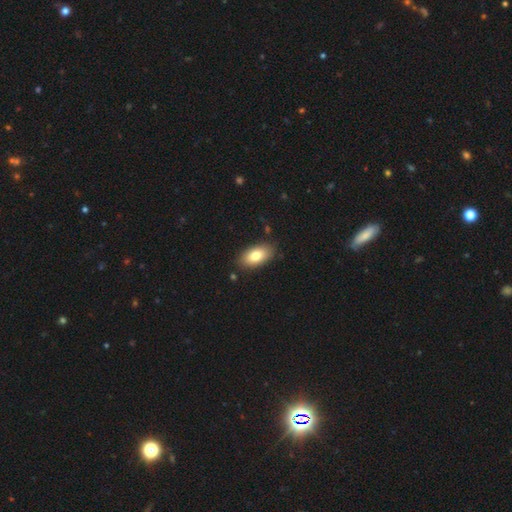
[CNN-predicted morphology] smooth 81%, featured or disk 13%, star or artifact 7%. Down the decision tree: how rounded — in between (94%); merging — none (85%).